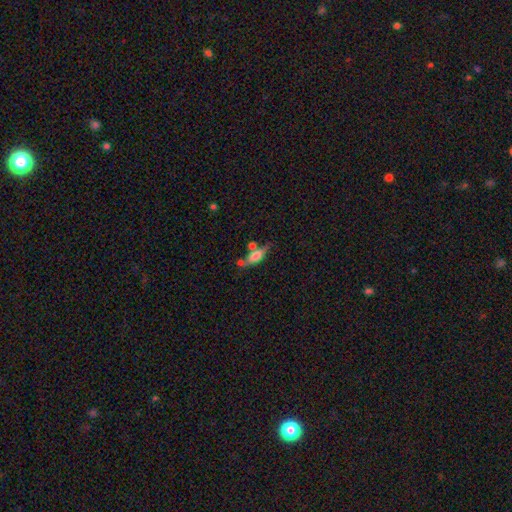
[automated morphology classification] smooth 52%, featured or disk 39%, star or artifact 9%. Down the decision tree: how rounded — in between (49%); merging — none (55%).